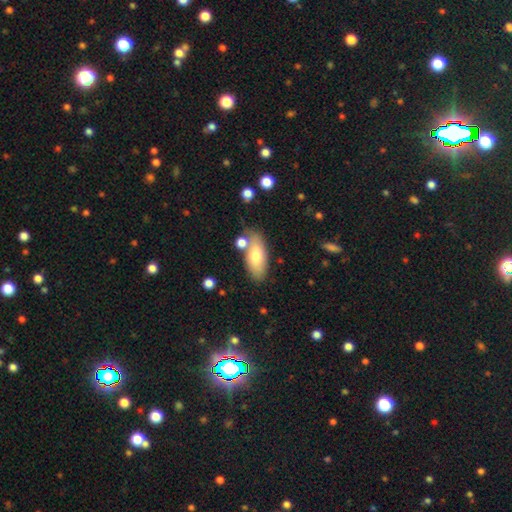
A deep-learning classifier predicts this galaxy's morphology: This is likely a smooth galaxy (72%). How rounded: clearly in between (85%). Merging: likely none (70%).